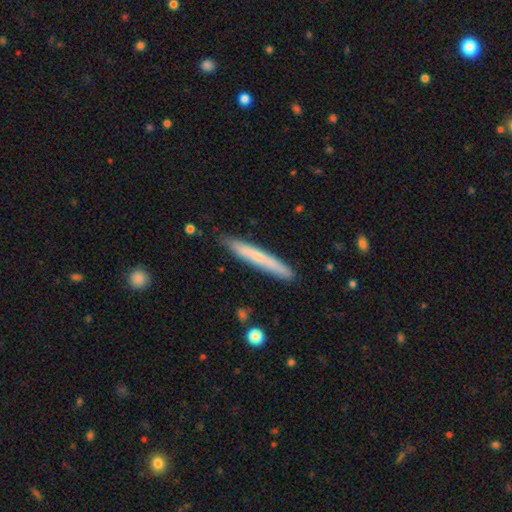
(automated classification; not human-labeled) A smooth galaxy with no disk features (64%) that is cigar-shaped (96%).

Vote fractions:
- Smooth or featured? smooth: 64% / featured or disk: 30% / star or artifact: 6%
- How rounded? cigar-shaped: 96% / in between: 3% / round: 1%
- Merging? none: 84% / minor disturbance: 12% / major disturbance: 2% / merger: 2%